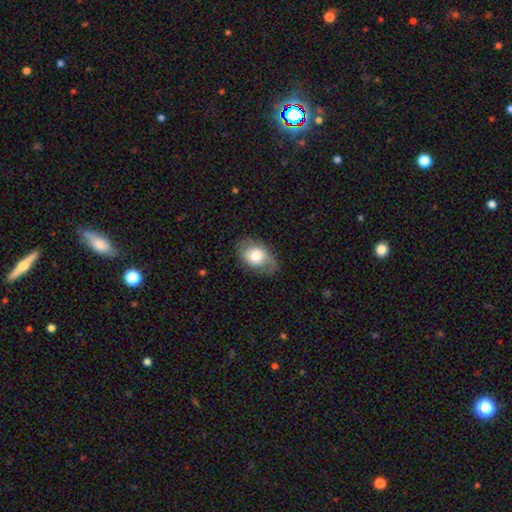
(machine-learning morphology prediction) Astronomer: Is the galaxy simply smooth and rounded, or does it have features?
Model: smooth — 62%.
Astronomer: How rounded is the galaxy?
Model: in between — 81%.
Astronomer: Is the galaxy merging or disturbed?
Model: none — 66%.